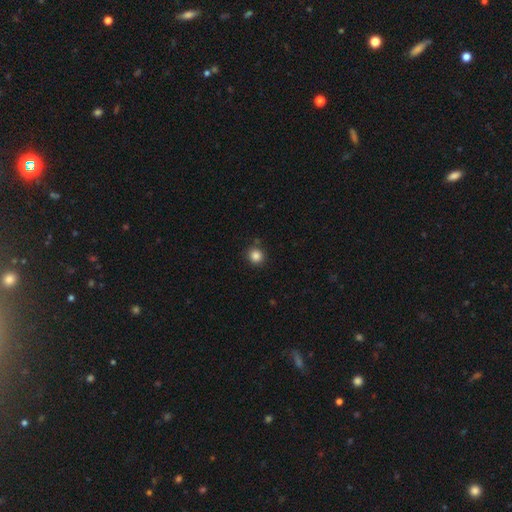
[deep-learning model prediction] Overall: smooth (85%). How rounded: round (90%). Merging: none (86%).